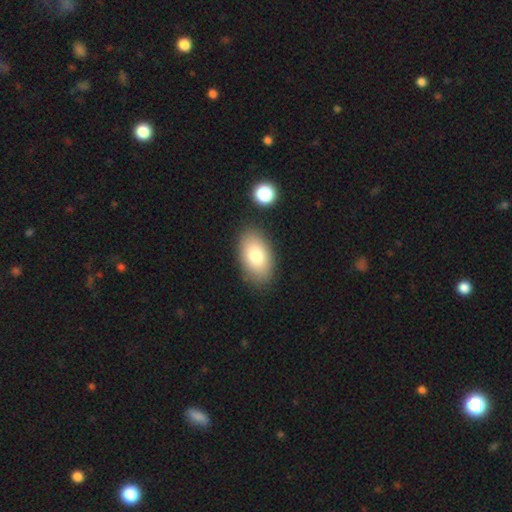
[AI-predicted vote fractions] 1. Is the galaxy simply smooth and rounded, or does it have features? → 80% smooth, 13% featured or disk, 8% star or artifact.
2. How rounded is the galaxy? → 92% in between, 6% round, 1% cigar-shaped.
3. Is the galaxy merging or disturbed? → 84% none, 10% minor disturbance, 3% merger, 3% major disturbance.